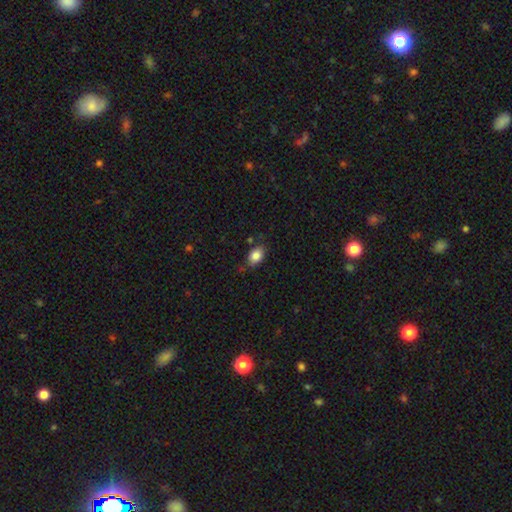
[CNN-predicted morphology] Smooth or featured: smooth — 85% (star or artifact — 9%)
How rounded: in between — 81% (round — 18%)
Merging: none — 74% (minor disturbance — 18%)